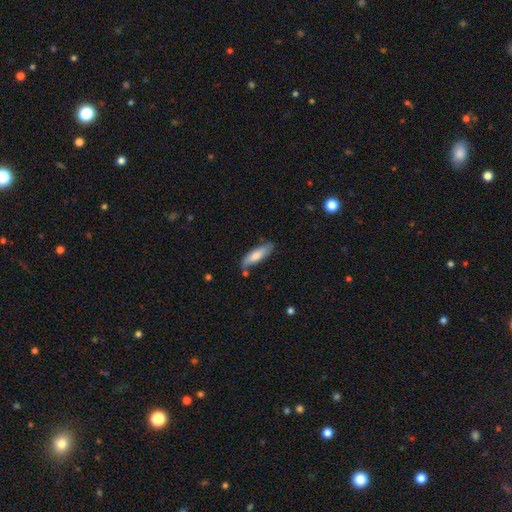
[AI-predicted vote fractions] smooth-or-featured: smooth: 72% | featured or disk: 22% | star or artifact: 6%
  how-rounded: cigar-shaped: 54% | in between: 44% | round: 2%
  merging: none: 73% | minor disturbance: 19% | merger: 5% | major disturbance: 3%